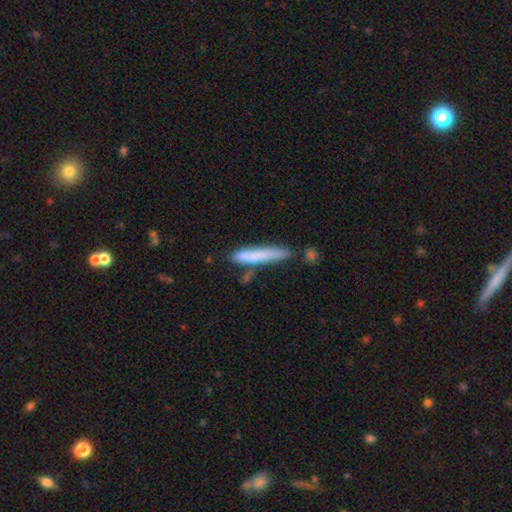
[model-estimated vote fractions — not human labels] This appears to be a smooth galaxy with no disk features (71%) that is cigar-shaped (93%). Merging: none (66%).